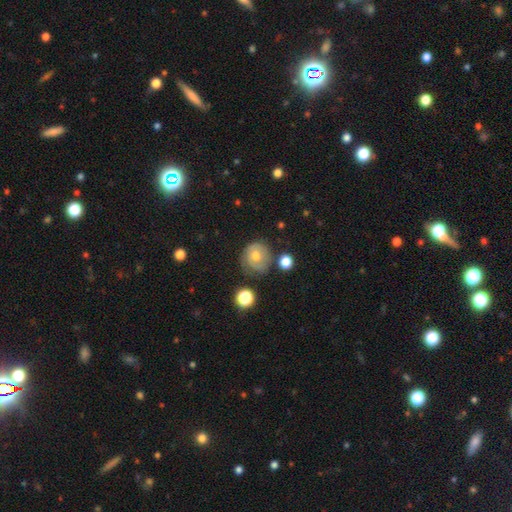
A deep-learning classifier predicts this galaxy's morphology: smooth-or-featured: smooth: 55% | featured or disk: 35% | star or artifact: 10%
  how-rounded: round: 85% | in between: 14% | cigar-shaped: 1%
  merging: none: 67% | minor disturbance: 22% | major disturbance: 8% | merger: 4%